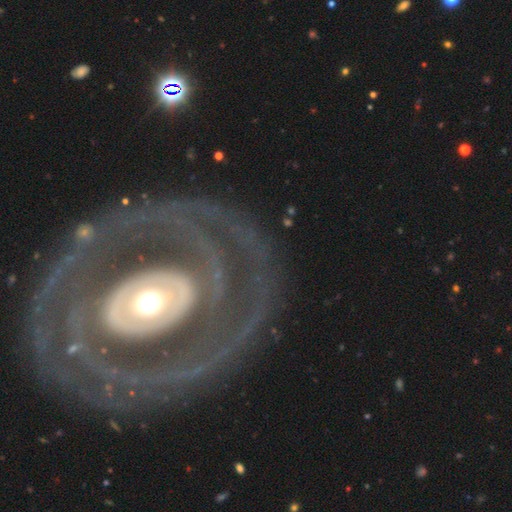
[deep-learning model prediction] Smooth or featured? Predicted: featured or disk (p=0.85). Edge-on disk? Predicted: no (p=0.96). Bar? Predicted: no (p=0.68). Spiral arms? Predicted: yes (p=0.75). Spiral winding? Predicted: tight (p=0.74). Spiral arm count? Predicted: can't tell (p=0.32). Bulge size? Predicted: moderate (p=0.60). Merging? Predicted: none (p=0.78).